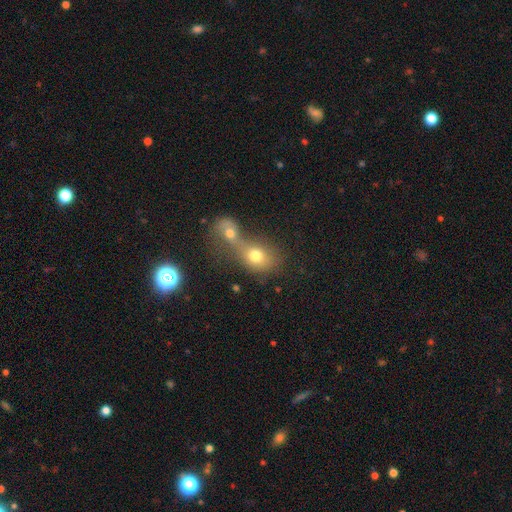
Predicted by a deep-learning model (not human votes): Smooth or featured? Predicted: smooth (p=0.72). How rounded? Predicted: round (p=0.51). Merging? Predicted: merger (p=0.74).